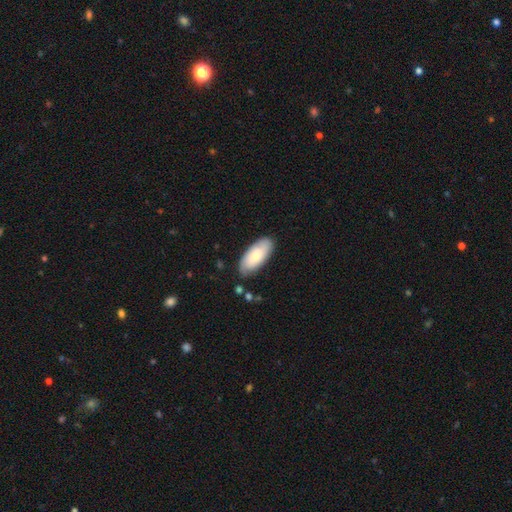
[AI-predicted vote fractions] The model was most divided on "smooth or featured": smooth: 66%, featured or disk: 28%, star or artifact: 6%. More confident: how rounded — in between (89%); merging — none (80%).